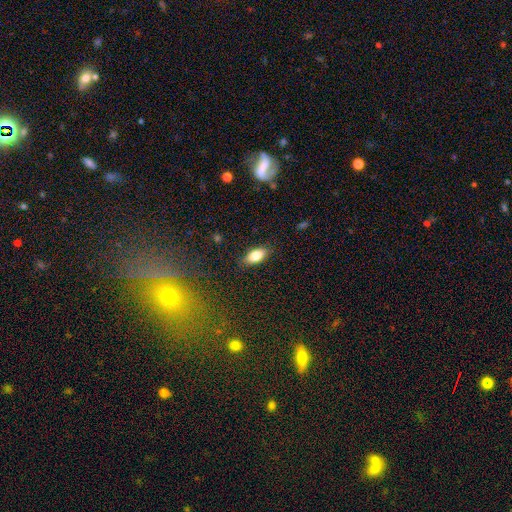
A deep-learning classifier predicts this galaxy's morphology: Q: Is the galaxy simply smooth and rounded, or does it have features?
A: smooth — 82%.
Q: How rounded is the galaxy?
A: in between — 88%.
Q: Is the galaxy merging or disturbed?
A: none — 86%.